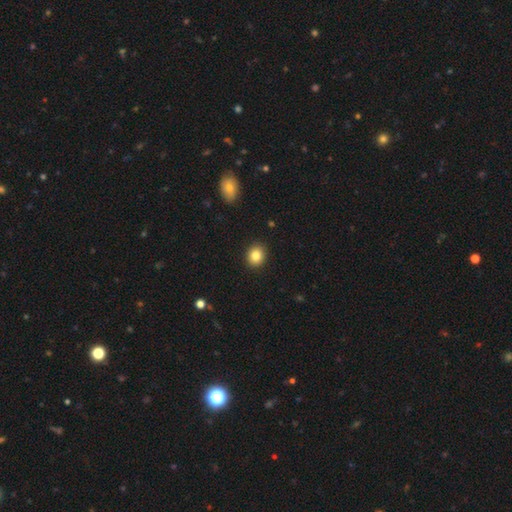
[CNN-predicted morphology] Smooth or featured? smooth (84%)
How rounded? round (70%)
Merging? none (91%)